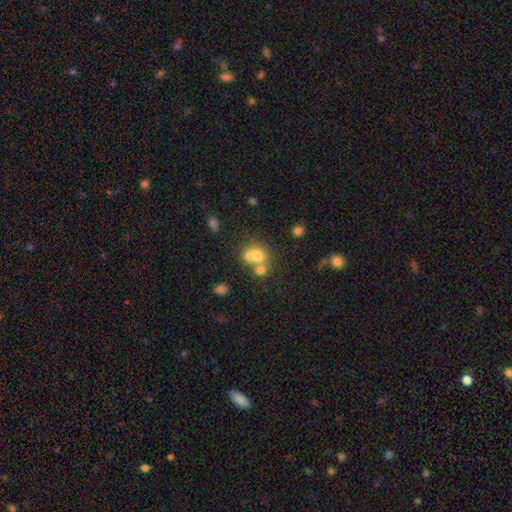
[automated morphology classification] smooth 66%, featured or disk 20%, star or artifact 14%. Down the decision tree: how rounded — round (61%); merging — merger (57%).